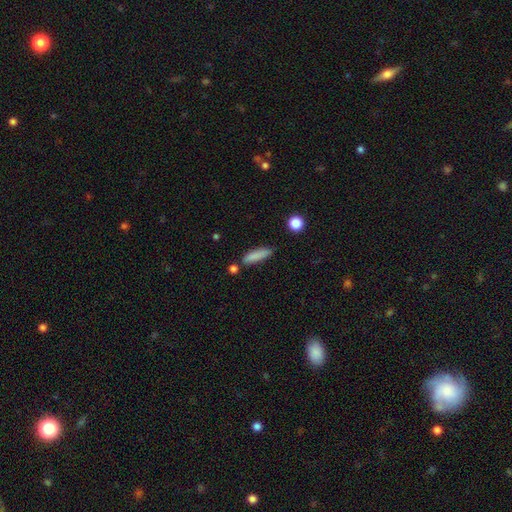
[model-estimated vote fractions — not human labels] This appears to be a smooth galaxy with no disk features (83%) that is cigar-shaped (69%). Merging: none (74%).